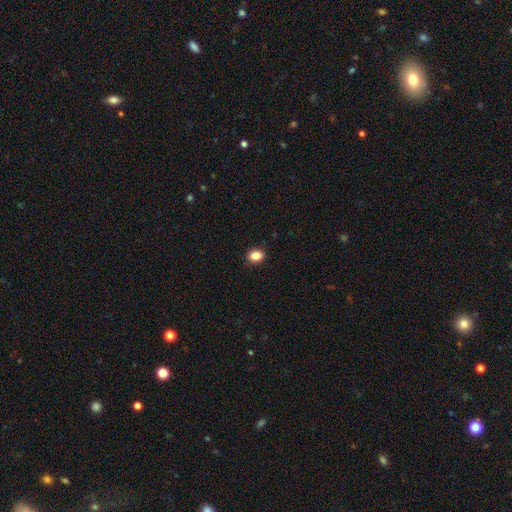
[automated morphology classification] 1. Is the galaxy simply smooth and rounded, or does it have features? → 87% smooth, 9% star or artifact, 4% featured or disk.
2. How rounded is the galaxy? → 58% in between, 41% round, 1% cigar-shaped.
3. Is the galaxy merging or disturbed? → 89% none, 8% minor disturbance, 2% major disturbance, 1% merger.